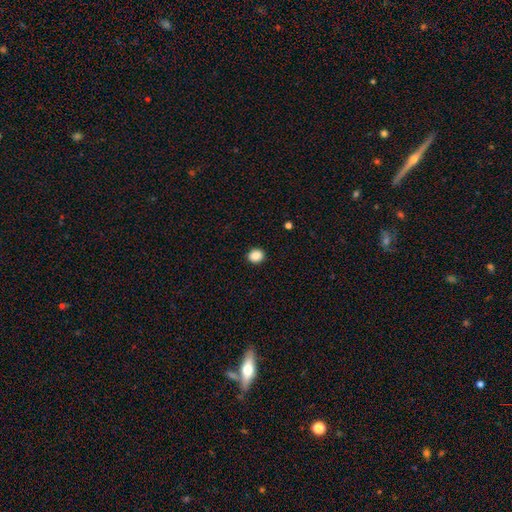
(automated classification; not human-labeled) Morphology: type=smooth (88%); roundness=round (71%); merging=none (91%).